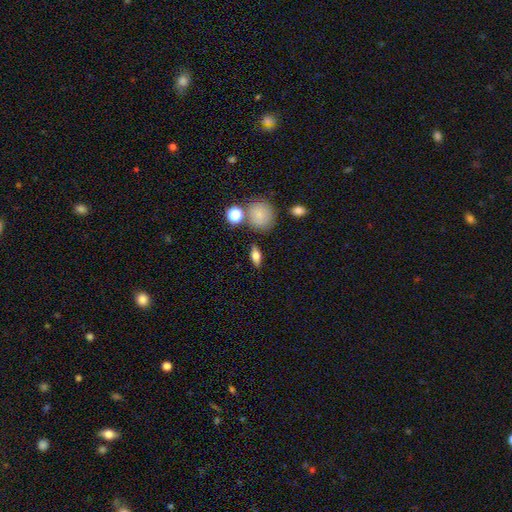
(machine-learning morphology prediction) A smooth galaxy with no disk features (58%) that is in between round and cigar-shaped (61%).

Vote fractions:
- Smooth or featured? smooth: 58% / featured or disk: 31% / star or artifact: 11%
- How rounded? in between: 61% / cigar-shaped: 24% / round: 15%
- Merging? none: 83% / minor disturbance: 10% / merger: 4% / major disturbance: 3%